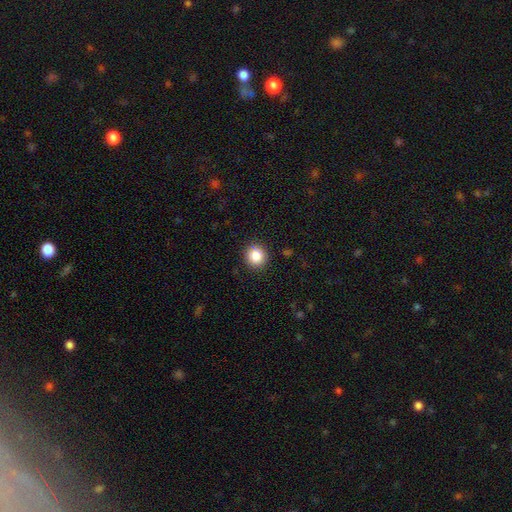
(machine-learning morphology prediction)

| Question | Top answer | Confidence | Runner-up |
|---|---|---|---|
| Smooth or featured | smooth | 86% | star or artifact (10%) |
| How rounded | round | 90% | in between (9%) |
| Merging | none | 89% | minor disturbance (7%) |